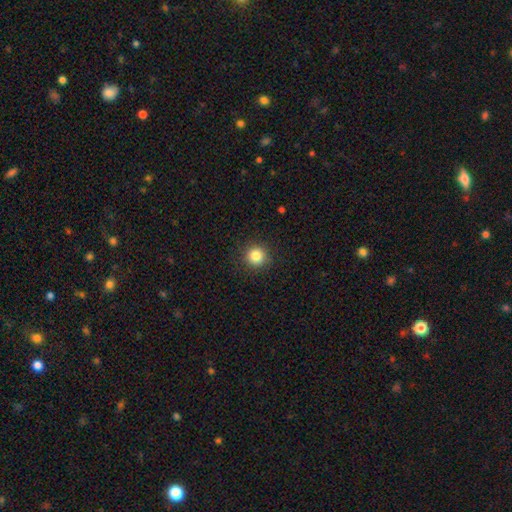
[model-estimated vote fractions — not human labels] Q: Smooth or featured?
A: smooth (83%); runner-up: star or artifact (12%)
Q: How rounded?
A: round (94%); runner-up: in between (5%)
Q: Merging?
A: none (91%); runner-up: minor disturbance (6%)